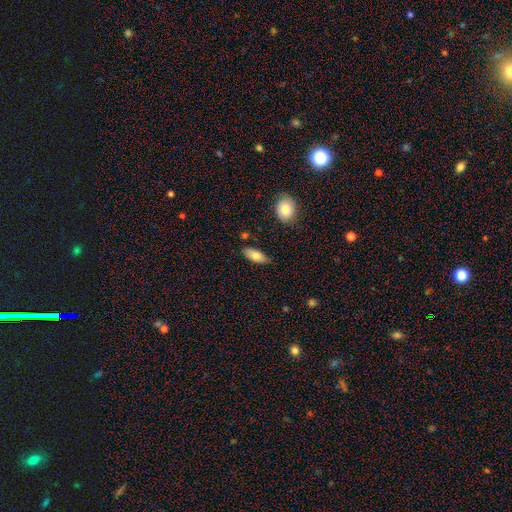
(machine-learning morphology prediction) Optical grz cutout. It shows a smooth galaxy with no disk features (76%) that is in between round and cigar-shaped (83%). Merging: none (81%).